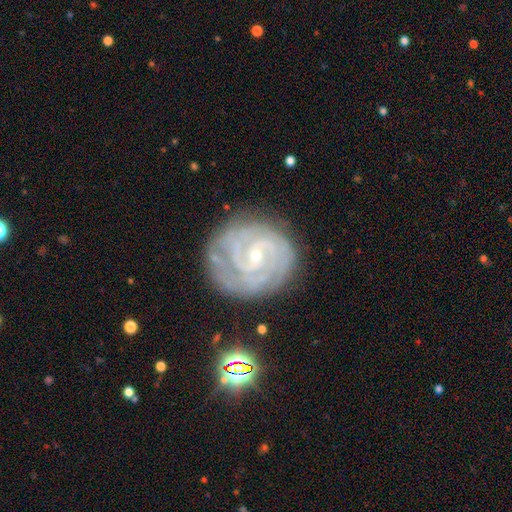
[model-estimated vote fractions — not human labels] Smooth or featured: featured or disk — 89% (star or artifact — 6%)
Edge-on disk: no — 98% (yes — 2%)
Bar: no — 44% (weak — 42%)
Spiral arms: yes — 97% (no — 3%)
Spiral winding: tight — 74% (medium — 23%)
Spiral arm count: 2 — 37% (3 — 22%)
Bulge size: small — 81% (moderate — 16%)
Merging: none — 76% (minor disturbance — 16%)